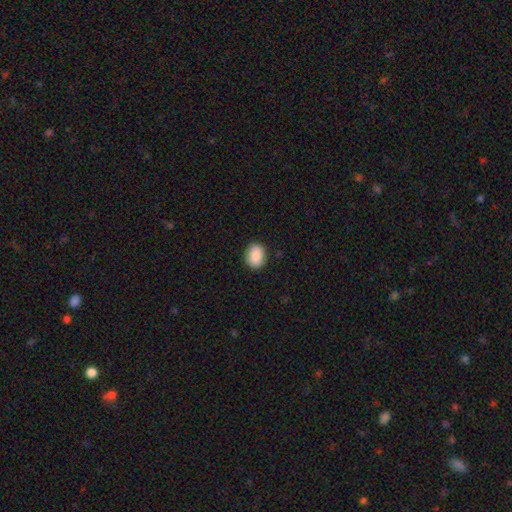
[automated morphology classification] smooth_or_featured: smooth (p=0.88) [alt: star or artifact p=0.07]
how_rounded: in between (p=0.61) [alt: round p=0.38]
merging: none (p=0.88) [alt: minor disturbance p=0.09]